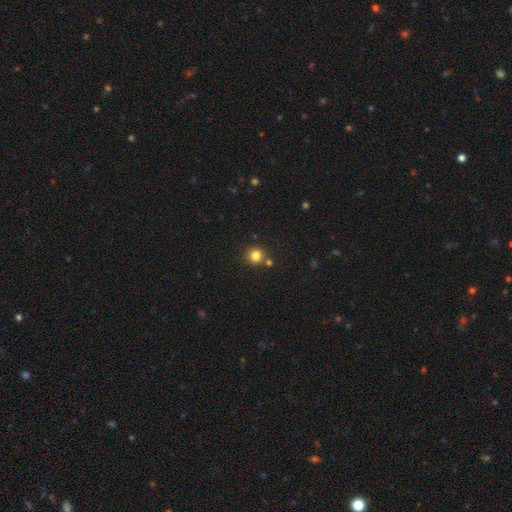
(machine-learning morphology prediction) Overall: smooth (81%). How rounded: round (93%). Merging: none (80%).